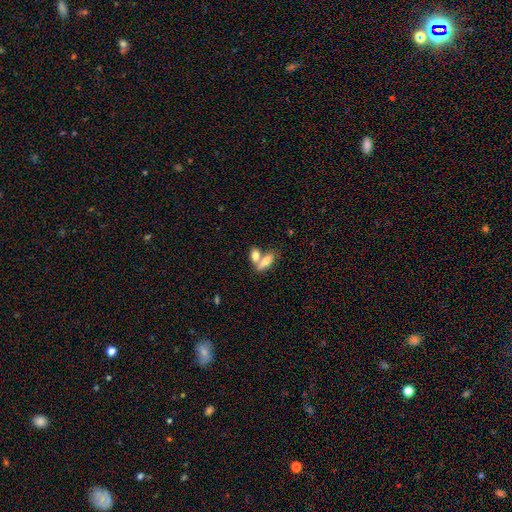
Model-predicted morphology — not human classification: smooth_or_featured: smooth (p=0.78) [alt: featured or disk p=0.15]
how_rounded: in between (p=0.77) [alt: cigar-shaped p=0.13]
merging: merger (p=0.56) [alt: none p=0.33]